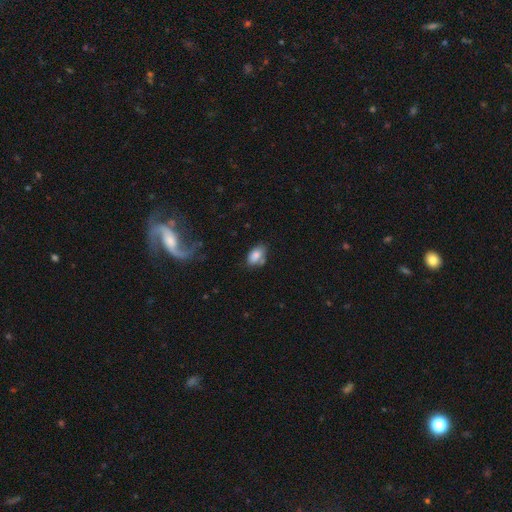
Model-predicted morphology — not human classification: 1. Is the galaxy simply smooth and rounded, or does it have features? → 82% smooth, 10% featured or disk, 8% star or artifact.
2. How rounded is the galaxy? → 91% in between, 8% round, 2% cigar-shaped.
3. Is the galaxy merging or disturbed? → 59% none, 23% minor disturbance, 13% merger, 6% major disturbance.